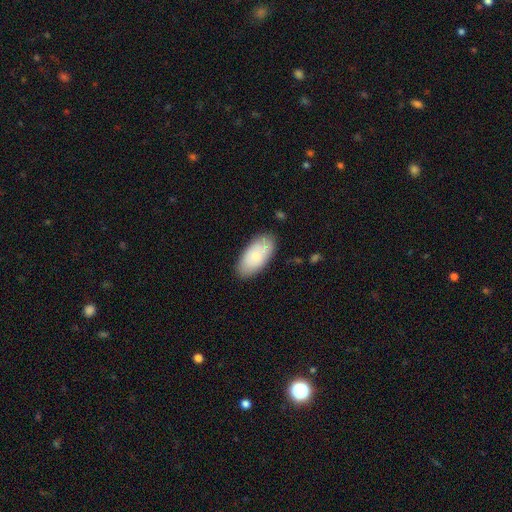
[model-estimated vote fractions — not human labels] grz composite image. It shows a smooth galaxy with no disk features (75%) that is in between round and cigar-shaped (94%). Merging: none (78%).